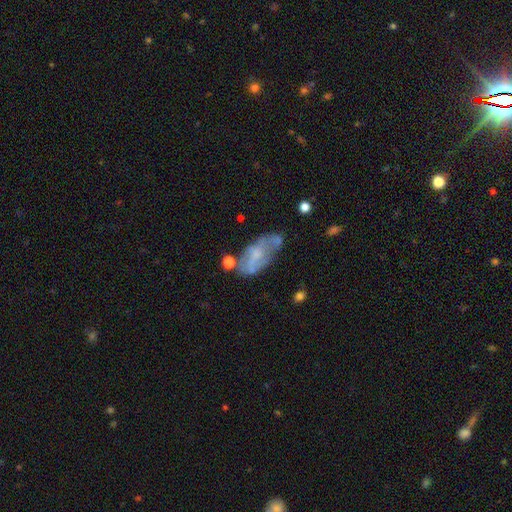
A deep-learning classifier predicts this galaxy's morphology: type=featured or disk (55%); edge-on=no (90%); merging=none (49%).